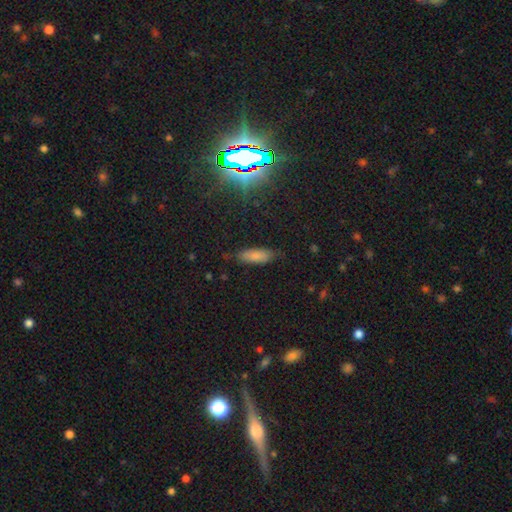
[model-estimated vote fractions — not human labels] Morphology: type=smooth (80%); roundness=in between (60%); merging=none (78%).